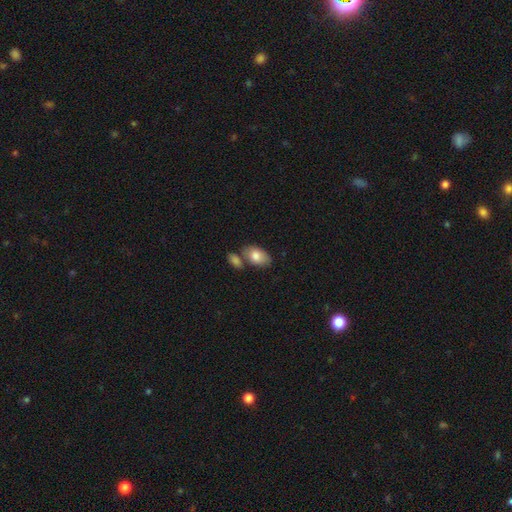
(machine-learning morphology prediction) Smooth or featured? Predicted: smooth (p=0.81). How rounded? Predicted: in between (p=0.91). Merging? Predicted: none (p=0.56).